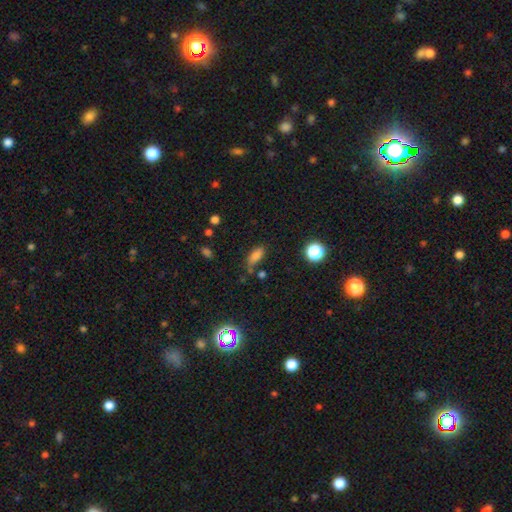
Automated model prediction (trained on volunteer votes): Smooth or featured?
  - smooth: 78% *
  - star or artifact: 14%
  - featured or disk: 7%
How rounded?
  - in between: 79% *
  - cigar-shaped: 16%
  - round: 5%
Merging?
  - none: 63% *
  - minor disturbance: 22%
  - merger: 8%
  - major disturbance: 7%